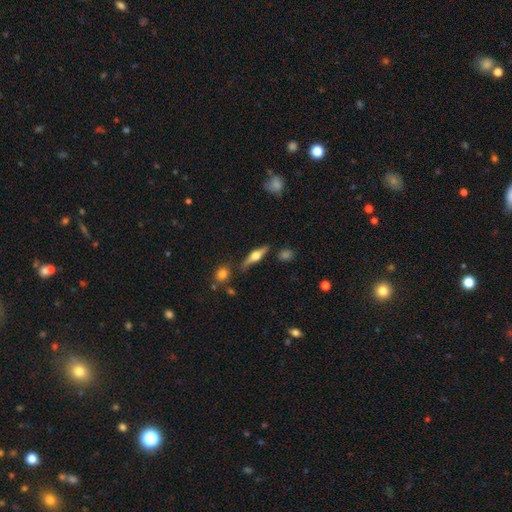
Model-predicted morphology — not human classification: Q: Smooth or featured?
A: featured or disk (66%); runner-up: smooth (27%)
Q: Edge-on disk?
A: yes (95%); runner-up: no (5%)
Q: Edge-on bulge?
A: rounded (94%); runner-up: boxy (5%)
Q: Merging?
A: none (80%); runner-up: minor disturbance (12%)